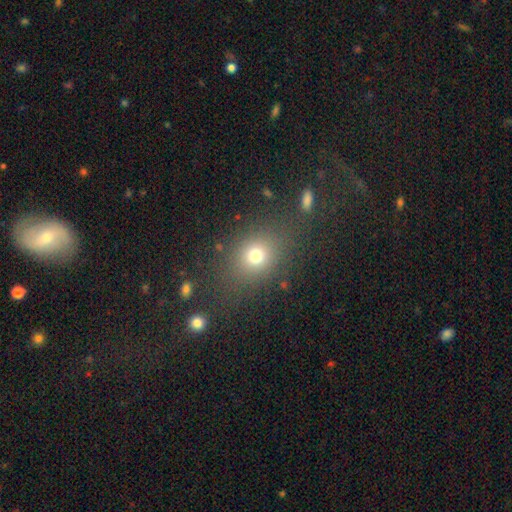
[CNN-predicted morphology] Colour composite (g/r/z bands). It shows a smooth galaxy with no disk features (73%) that is round (53%). Merging: none (75%).